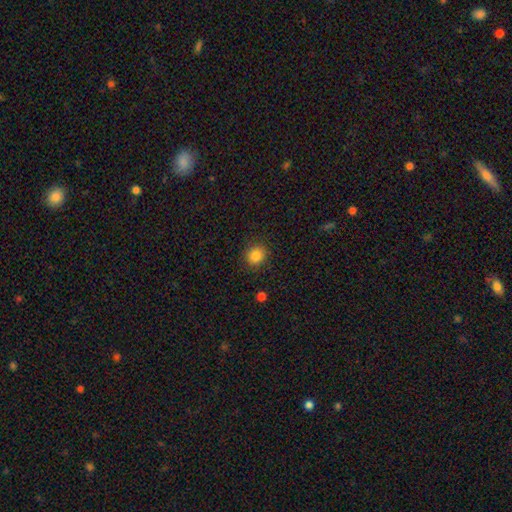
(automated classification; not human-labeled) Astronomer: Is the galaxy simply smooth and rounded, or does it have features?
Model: smooth — 84%.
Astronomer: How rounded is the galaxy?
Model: round — 83%.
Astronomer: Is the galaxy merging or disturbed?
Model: none — 89%.